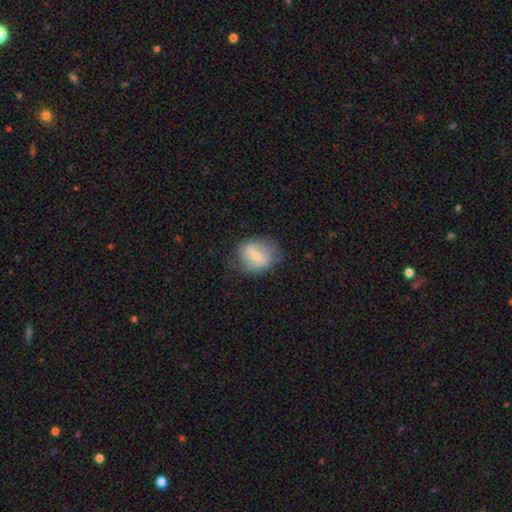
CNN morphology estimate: Smooth or featured?
  - featured or disk: 50% *
  - smooth: 42%
  - star or artifact: 8%
Merging?
  - none: 65% *
  - minor disturbance: 22%
  - major disturbance: 11%
  - merger: 2%